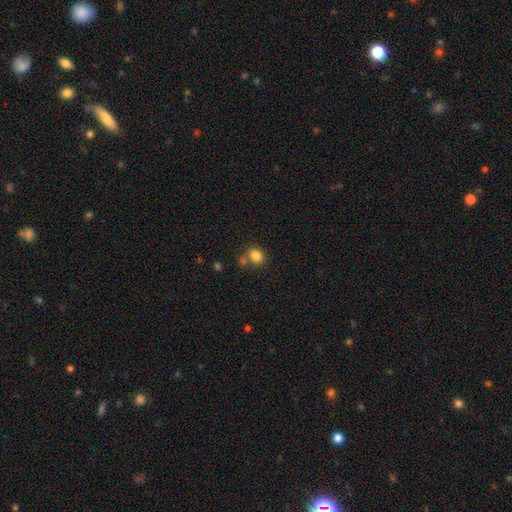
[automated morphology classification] Overall: smooth (83%). How rounded: round (56%; in between 43%). Merging: none (63%).